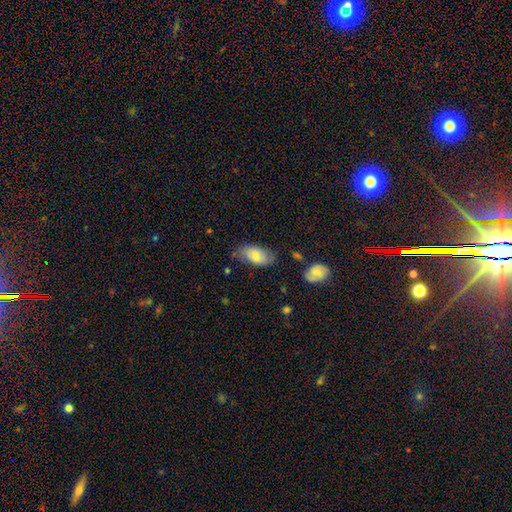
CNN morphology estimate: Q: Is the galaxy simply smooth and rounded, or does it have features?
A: smooth — 70%.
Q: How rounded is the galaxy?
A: in between — 93%.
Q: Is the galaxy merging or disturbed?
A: none — 68%.